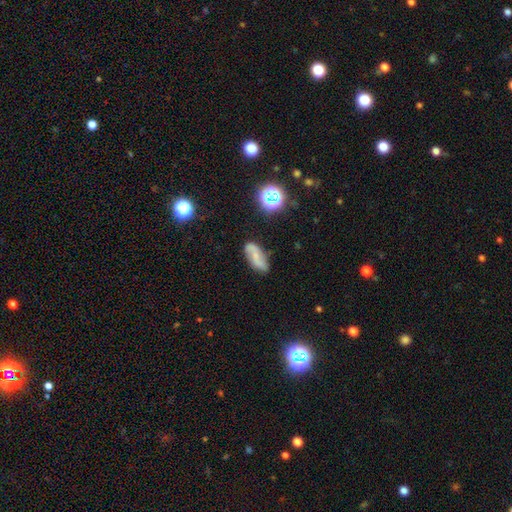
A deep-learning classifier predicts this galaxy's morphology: Q: Smooth or featured?
A: featured or disk (55%); runner-up: smooth (34%)
Q: Edge-on disk?
A: no (92%); runner-up: yes (8%)
Q: Bar?
A: no (44%); runner-up: weak (37%)
Q: Spiral arms?
A: yes (87%); runner-up: no (13%)
Q: Bulge size?
A: small (60%); runner-up: none (19%)
Q: Merging?
A: none (73%); runner-up: minor disturbance (19%)